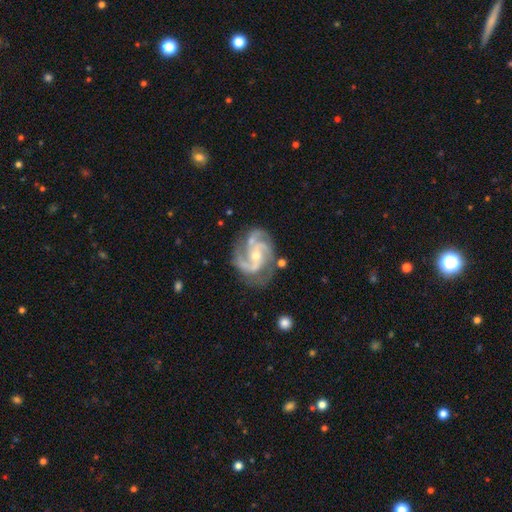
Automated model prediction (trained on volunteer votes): A featured or disk galaxy (92%) with no bar (51%), 3 (51%) medium (54%) spiral arms (98%) and a small central bulge (53%). Merging: none (68%).